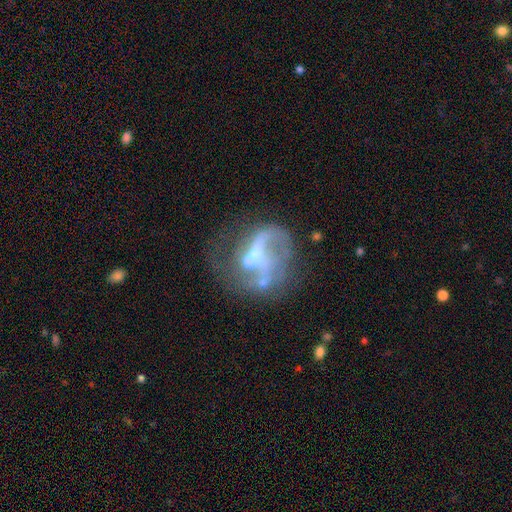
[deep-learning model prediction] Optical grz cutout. It shows a featured or disk galaxy (74%) with no bar (58%), spiral arms (64%) and a small central bulge (44%). Merging: none (36%).